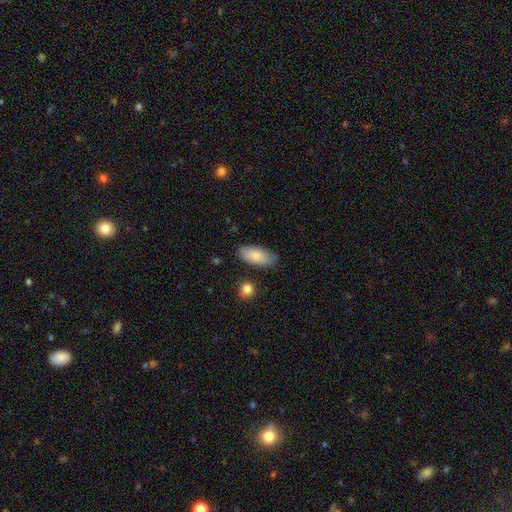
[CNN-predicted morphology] Smooth or featured?
  - smooth: 83% *
  - featured or disk: 11%
  - star or artifact: 6%
How rounded?
  - in between: 91% *
  - cigar-shaped: 6%
  - round: 2%
Merging?
  - none: 78% *
  - minor disturbance: 16%
  - major disturbance: 3%
  - merger: 3%